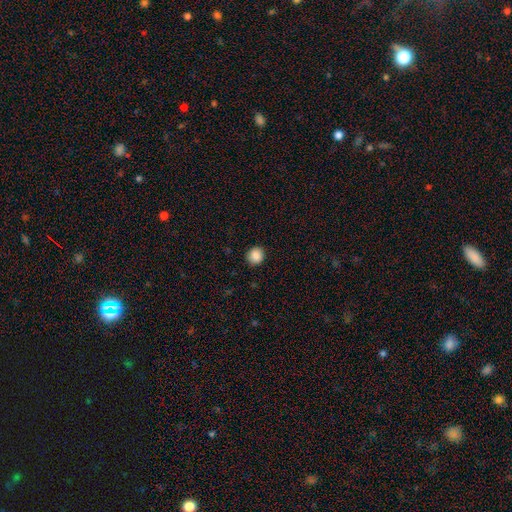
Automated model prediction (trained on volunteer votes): A smooth galaxy with no disk features (88%) that is round (88%). Merging: none (91%).